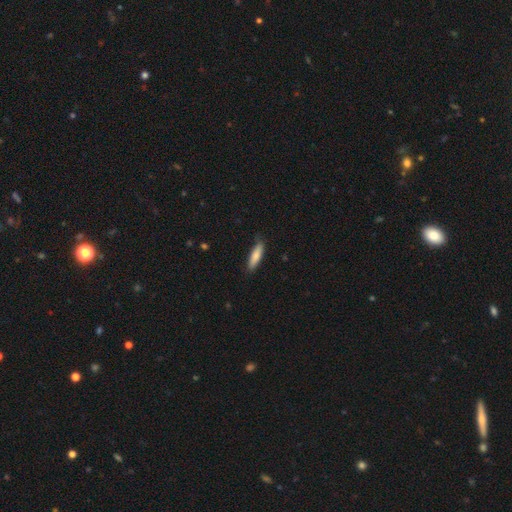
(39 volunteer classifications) Smooth or featured?
  - smooth: 79% *
  - featured or disk: 13%
  - star or artifact: 8%
How rounded?
  - cigar-shaped: 77% *
  - in between: 23%
  - round: 0%
Merging?
  - none: 78% *
  - minor disturbance: 22%
  - major disturbance: 0%
  - merger: 0%